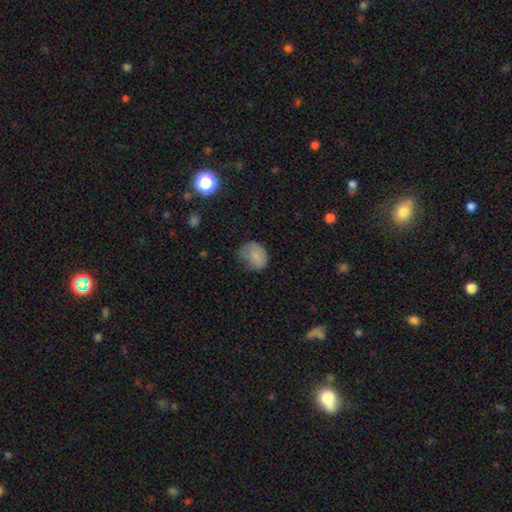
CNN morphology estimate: This appears to be a smooth galaxy with no disk features (80%) that is in between round and cigar-shaped (52%). Merging: none (54%).